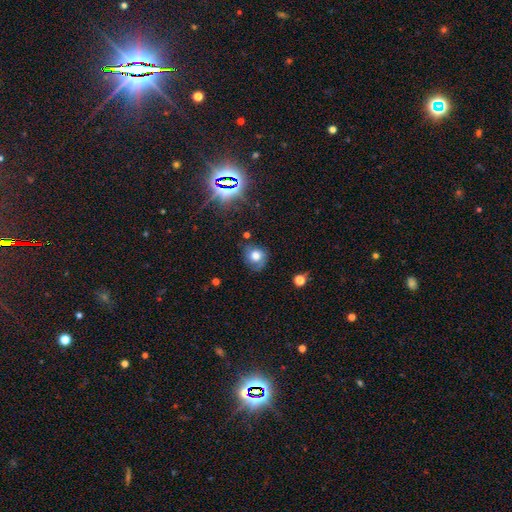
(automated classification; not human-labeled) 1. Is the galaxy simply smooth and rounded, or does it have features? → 62% smooth, 22% featured or disk, 15% star or artifact.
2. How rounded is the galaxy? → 72% round, 27% in between, 1% cigar-shaped.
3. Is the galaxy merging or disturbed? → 66% none, 23% minor disturbance, 8% major disturbance, 3% merger.